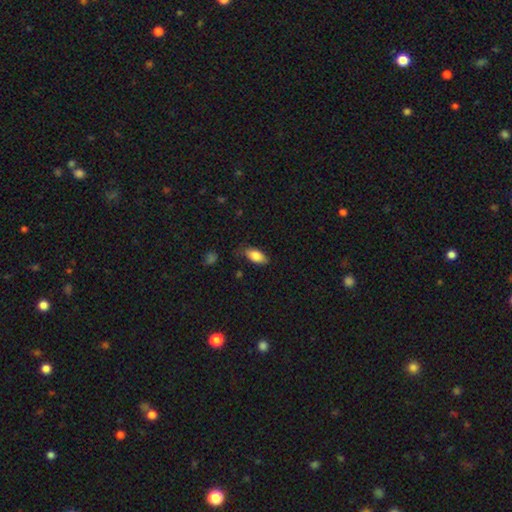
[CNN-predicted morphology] Smooth or featured: smooth — 83% (featured or disk — 10%)
How rounded: in between — 89% (cigar-shaped — 8%)
Merging: none — 75% (minor disturbance — 19%)